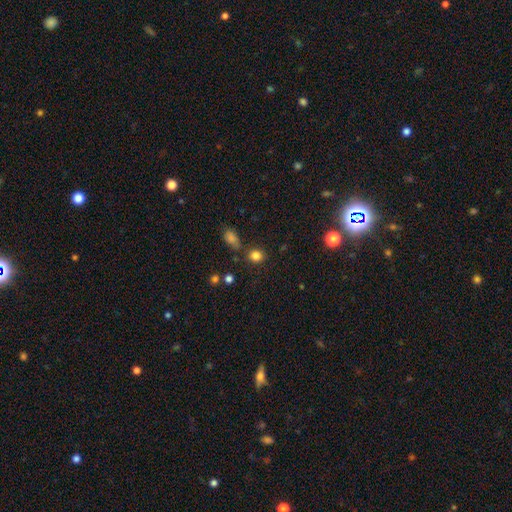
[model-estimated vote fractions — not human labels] Smooth or featured? smooth (82%)
How rounded? round (69%)
Merging? none (75%)